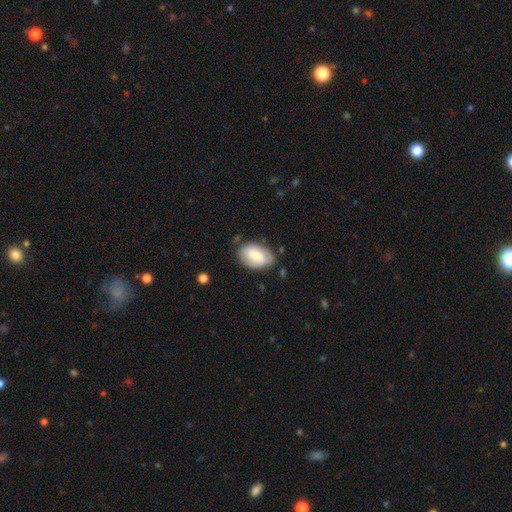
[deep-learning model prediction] This appears to be a smooth galaxy with no disk features (74%) that is in between round and cigar-shaped (91%). Merging: none (73%).